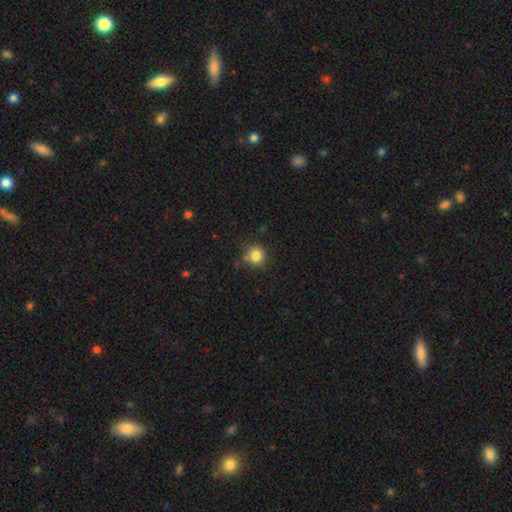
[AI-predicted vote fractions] This is clearly a smooth galaxy (83%). How rounded: clearly round (90%). Merging: likely none (78%).